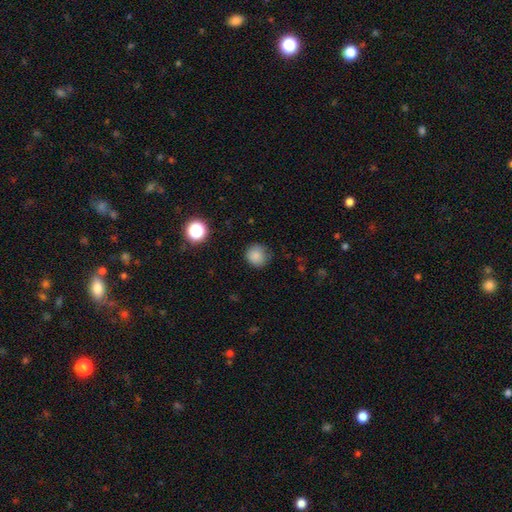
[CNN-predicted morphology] Smooth or featured? smooth (84%)
How rounded? round (90%)
Merging? none (80%)